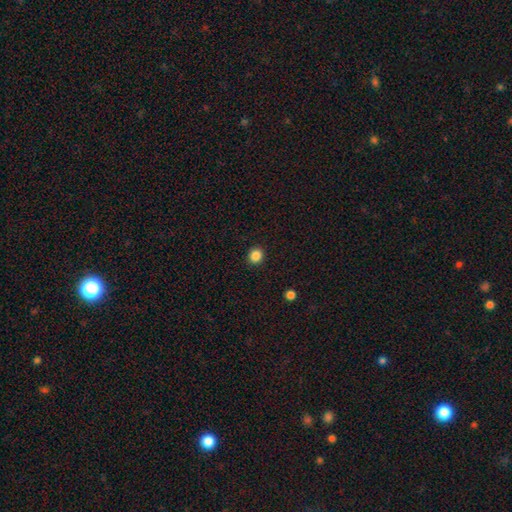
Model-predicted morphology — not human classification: Overall: smooth (86%). How rounded: round (86%). Merging: none (92%).